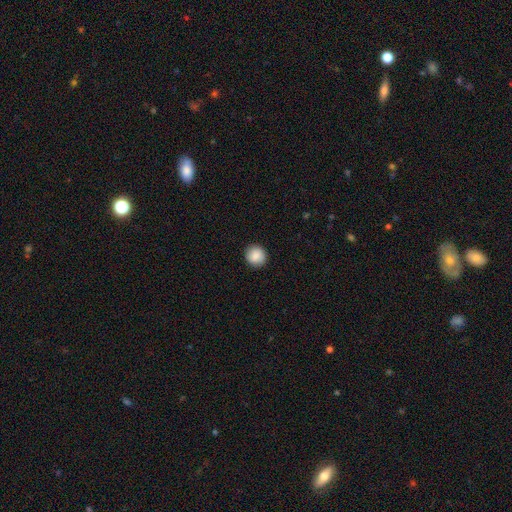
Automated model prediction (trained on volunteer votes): smooth-or-featured: smooth: 88% | star or artifact: 8% | featured or disk: 4%
  how-rounded: round: 91% | in between: 8% | cigar-shaped: 1%
  merging: none: 92% | minor disturbance: 6% | major disturbance: 2% | merger: 1%